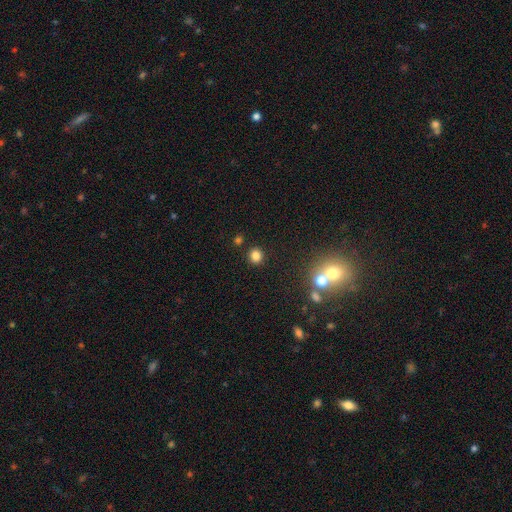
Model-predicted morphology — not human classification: Q: Smooth or featured?
A: smooth (81%); runner-up: star or artifact (14%)
Q: How rounded?
A: round (88%); runner-up: in between (11%)
Q: Merging?
A: none (88%); runner-up: minor disturbance (6%)